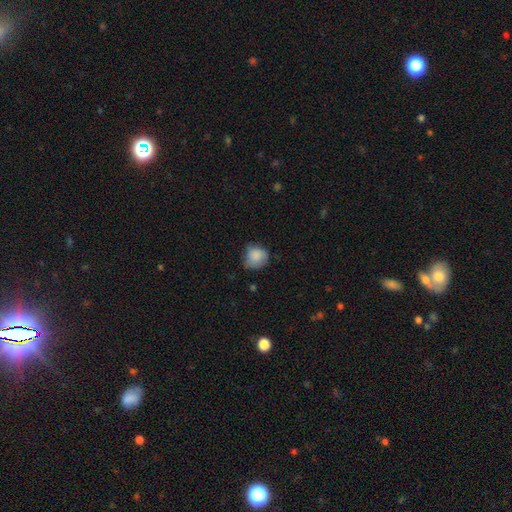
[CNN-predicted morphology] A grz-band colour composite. It shows a smooth galaxy with no disk features (82%) that is round (77%). Merging: none (53%).